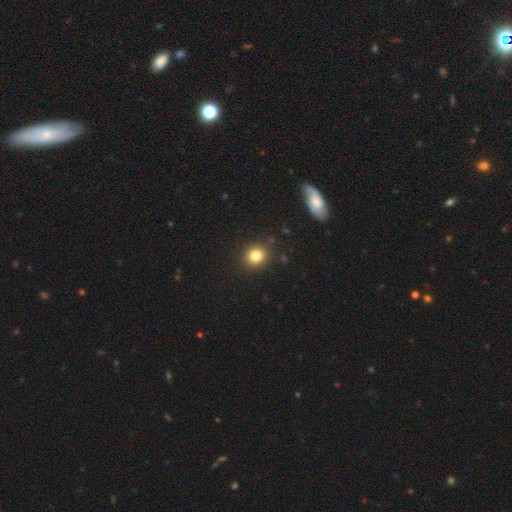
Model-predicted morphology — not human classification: The model was most divided on "smooth or featured": smooth: 82%, star or artifact: 12%, featured or disk: 6%. More confident: merging — none (89%); how rounded — round (86%).